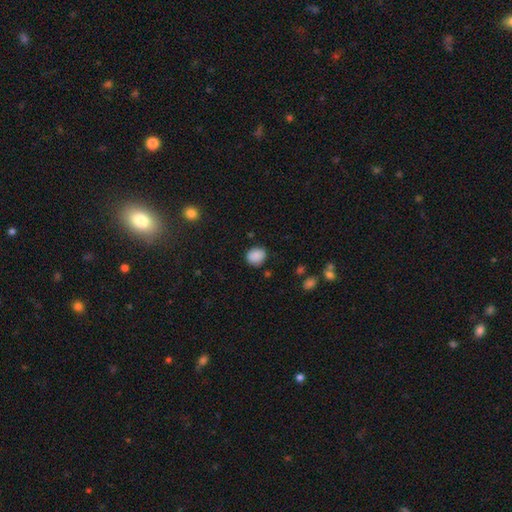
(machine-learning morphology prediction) smooth_or_featured: smooth (p=0.87) [alt: star or artifact p=0.09]
how_rounded: round (p=0.73) [alt: in between p=0.26]
merging: none (p=0.82) [alt: minor disturbance p=0.13]